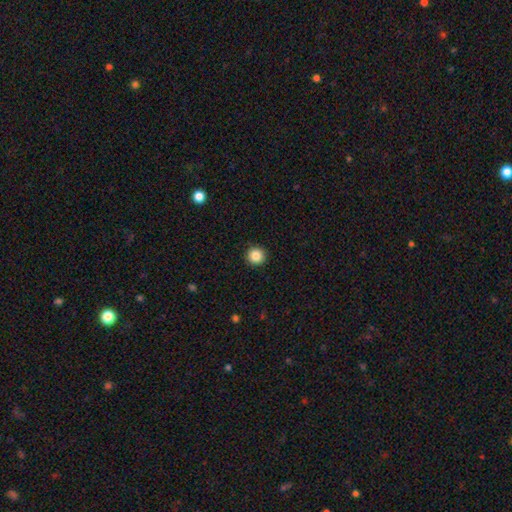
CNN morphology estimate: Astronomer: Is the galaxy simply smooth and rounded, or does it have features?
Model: smooth — 85%.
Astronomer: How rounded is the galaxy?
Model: round — 95%.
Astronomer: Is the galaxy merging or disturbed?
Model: none — 93%.